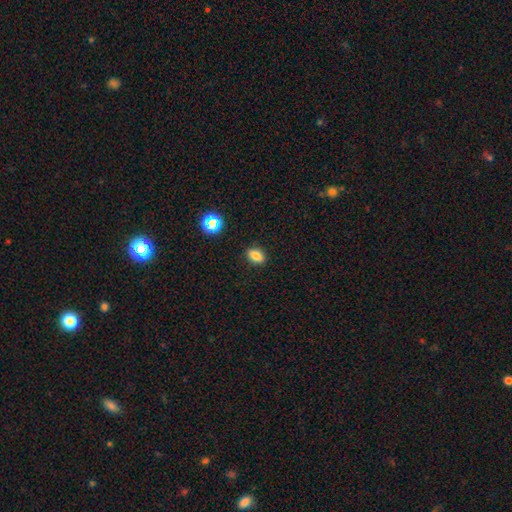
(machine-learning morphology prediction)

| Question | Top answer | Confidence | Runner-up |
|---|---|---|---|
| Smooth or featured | smooth | 80% | star or artifact (13%) |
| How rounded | in between | 79% | round (17%) |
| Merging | none | 87% | minor disturbance (9%) |